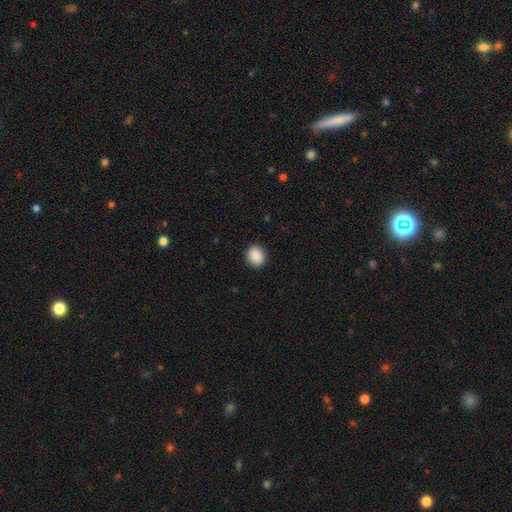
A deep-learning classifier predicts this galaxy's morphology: Q: Smooth or featured?
A: smooth (89%); runner-up: star or artifact (8%)
Q: How rounded?
A: round (66%); runner-up: in between (33%)
Q: Merging?
A: none (90%); runner-up: minor disturbance (7%)